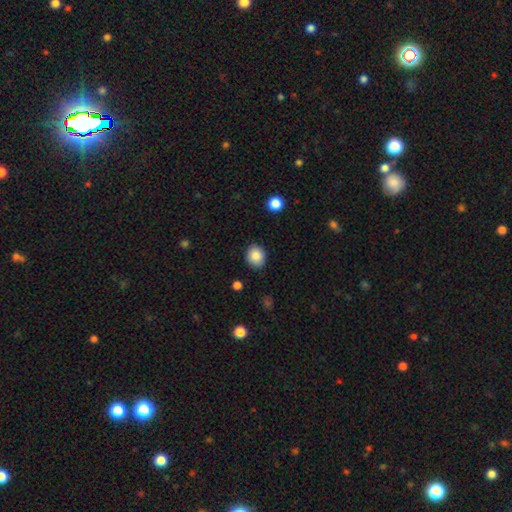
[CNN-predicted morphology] smooth 86%, star or artifact 9%, featured or disk 6%. Down the decision tree: how rounded — round (68%); merging — none (88%).